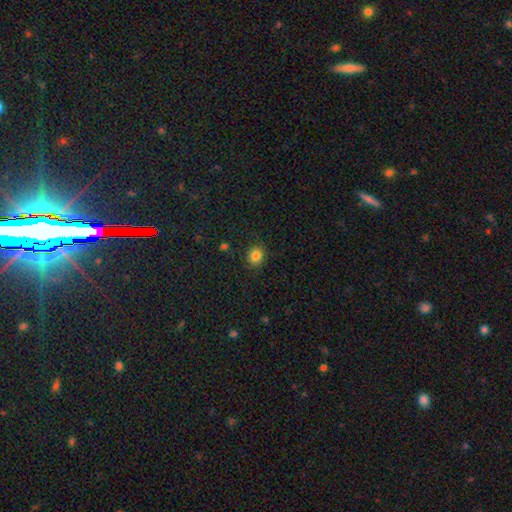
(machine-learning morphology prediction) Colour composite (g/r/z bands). It shows a smooth galaxy with no disk features (84%) that is round (72%). Merging: none (87%).